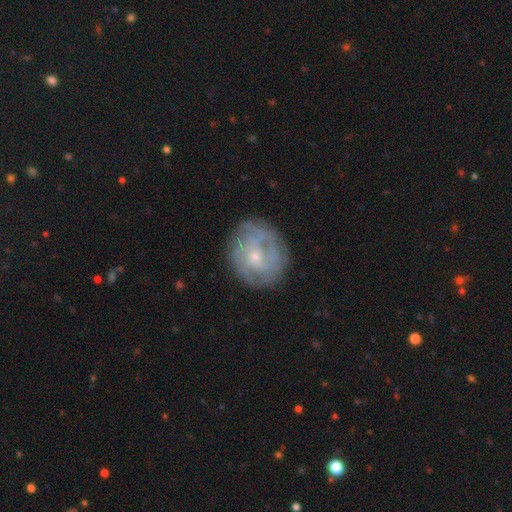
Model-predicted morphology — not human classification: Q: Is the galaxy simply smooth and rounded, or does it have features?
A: featured or disk — 66%.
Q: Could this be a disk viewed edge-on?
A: no — 97%.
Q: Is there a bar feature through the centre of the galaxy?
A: no — 77%.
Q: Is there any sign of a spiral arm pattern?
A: yes — 70%.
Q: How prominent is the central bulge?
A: small — 70%.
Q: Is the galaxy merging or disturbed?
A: none — 76%.